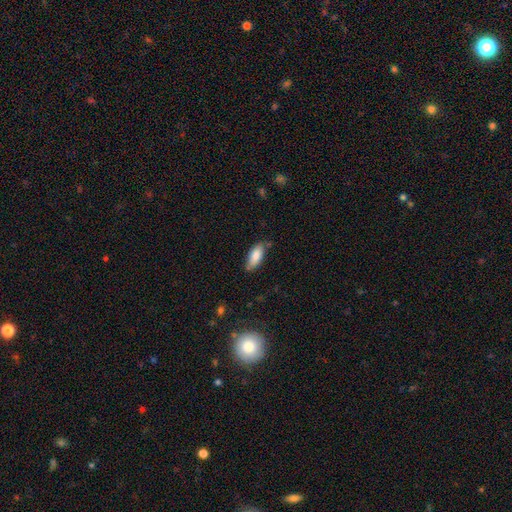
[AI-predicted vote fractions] A smooth galaxy with no disk features (84%) that is in between round and cigar-shaped (82%).

Vote fractions:
- Smooth or featured? smooth: 84% / featured or disk: 10% / star or artifact: 6%
- How rounded? in between: 82% / cigar-shaped: 17% / round: 2%
- Merging? none: 72% / minor disturbance: 22% / major disturbance: 4% / merger: 3%